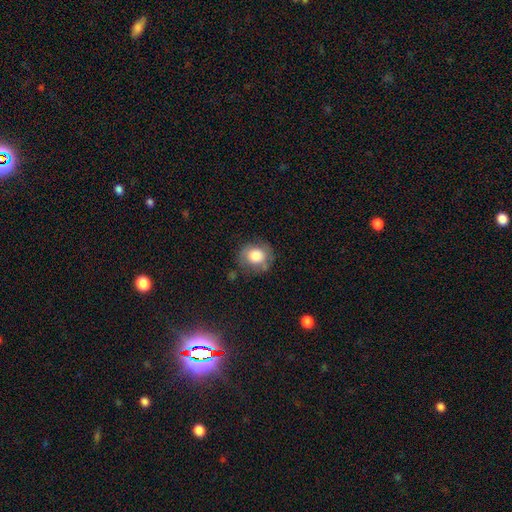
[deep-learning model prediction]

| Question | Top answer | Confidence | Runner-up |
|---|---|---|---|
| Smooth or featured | smooth | 74% | featured or disk (18%) |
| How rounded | round | 78% | in between (21%) |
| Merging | none | 67% | minor disturbance (22%) |